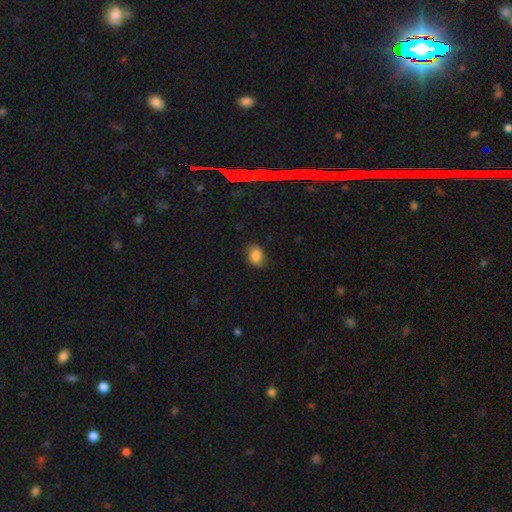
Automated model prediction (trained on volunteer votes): The model was most divided on "how rounded": in between: 60%, round: 39%, cigar-shaped: 1%. More confident: smooth or featured — smooth (84%); merging — none (76%).